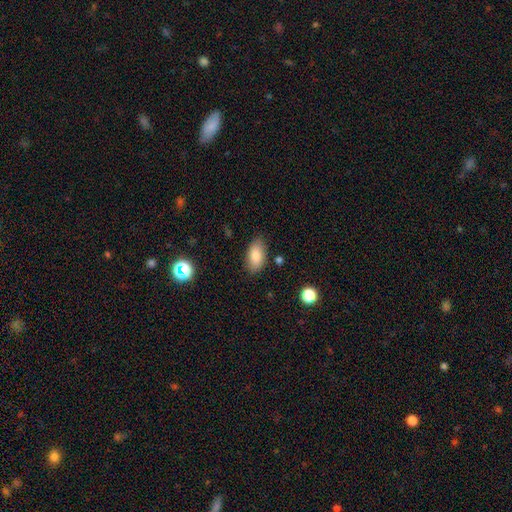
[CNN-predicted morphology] smooth 84%, featured or disk 9%, star or artifact 8%. Down the decision tree: how rounded — in between (93%); merging — none (83%).